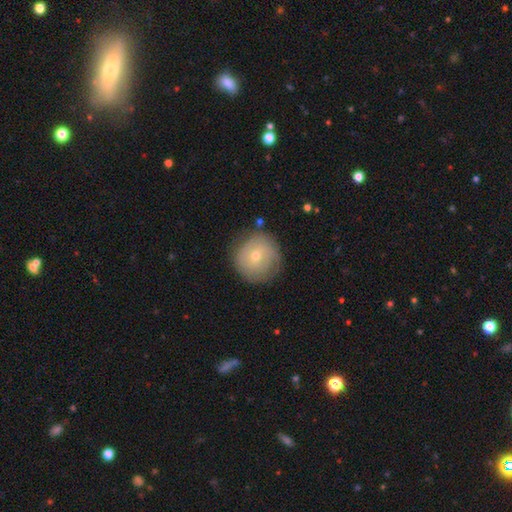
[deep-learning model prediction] Q: Smooth or featured?
A: smooth (49%); runner-up: featured or disk (41%)
Q: Merging?
A: none (77%); runner-up: minor disturbance (16%)